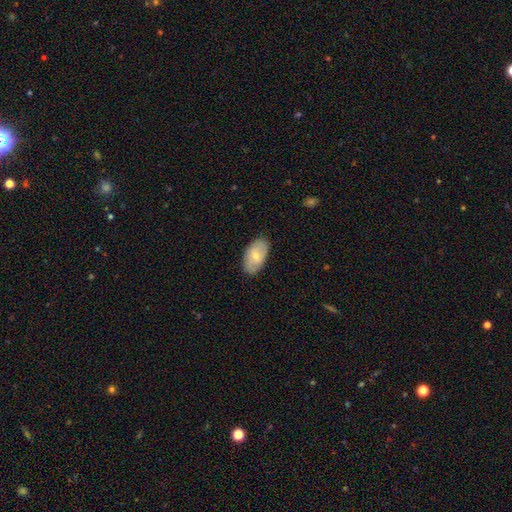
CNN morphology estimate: A smooth galaxy with no disk features (65%) that is in between round and cigar-shaped (94%).

Vote fractions:
- Smooth or featured? smooth: 65% / featured or disk: 30% / star or artifact: 6%
- How rounded? in between: 94% / round: 4% / cigar-shaped: 2%
- Merging? none: 83% / minor disturbance: 13% / major disturbance: 3% / merger: 1%